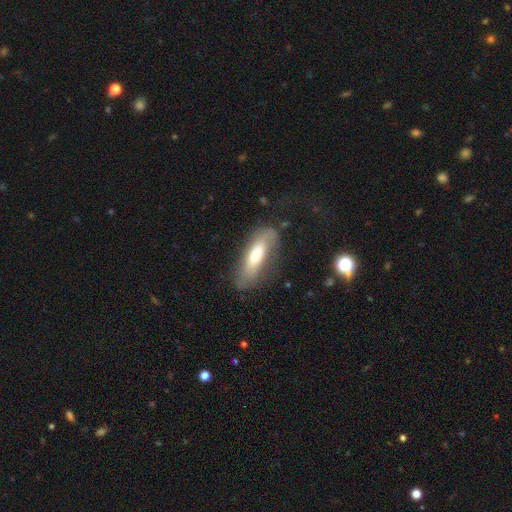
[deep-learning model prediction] smooth_or_featured: smooth (p=0.57) [alt: featured or disk p=0.35]
how_rounded: in between (p=0.50) [alt: cigar-shaped p=0.48]
merging: none (p=0.64) [alt: minor disturbance p=0.22]